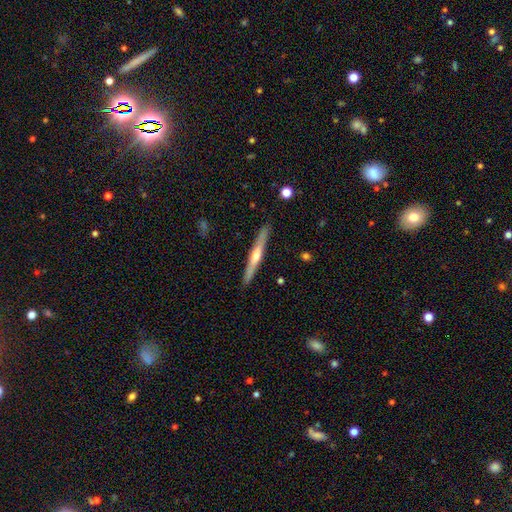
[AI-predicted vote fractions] smooth-or-featured: featured or disk: 61% | smooth: 34% | star or artifact: 6%
  disk-edge-on: yes: 97% | no: 3%
    edge-on-bulge: rounded: 75% | none: 18% | boxy: 7%
  merging: none: 90% | minor disturbance: 7% | major disturbance: 1% | merger: 1%